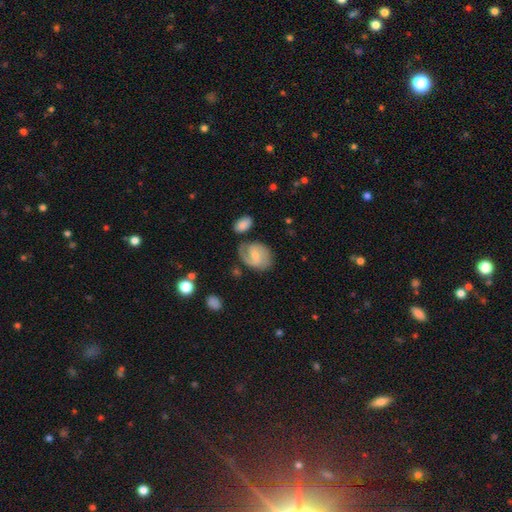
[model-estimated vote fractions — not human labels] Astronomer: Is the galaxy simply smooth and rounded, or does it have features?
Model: featured or disk — 68%.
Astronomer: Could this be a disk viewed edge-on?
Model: no — 97%.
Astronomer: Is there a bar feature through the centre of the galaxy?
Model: no — 45%, tied with weak at 45%.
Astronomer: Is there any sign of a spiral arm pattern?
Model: yes — 90%.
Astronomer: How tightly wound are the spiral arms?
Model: medium — 45% (runner-up: tight, 35%).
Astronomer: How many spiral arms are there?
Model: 2 — 64%.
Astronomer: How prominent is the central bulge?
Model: small — 58% (runner-up: moderate, 35%).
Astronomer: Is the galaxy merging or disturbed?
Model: none — 61%.